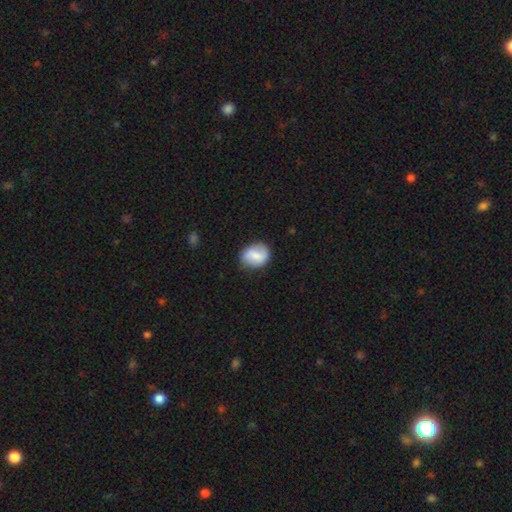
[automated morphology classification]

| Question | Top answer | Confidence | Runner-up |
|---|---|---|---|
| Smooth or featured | smooth | 60% | featured or disk (33%) |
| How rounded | round | 51% | in between (48%) |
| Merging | none | 78% | minor disturbance (16%) |